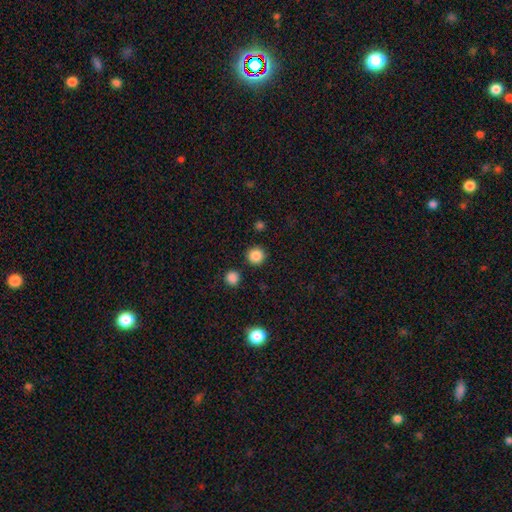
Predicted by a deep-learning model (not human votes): smooth_or_featured: smooth (p=0.86) [alt: star or artifact p=0.11]
how_rounded: round (p=0.95) [alt: in between p=0.04]
merging: none (p=0.91) [alt: minor disturbance p=0.05]